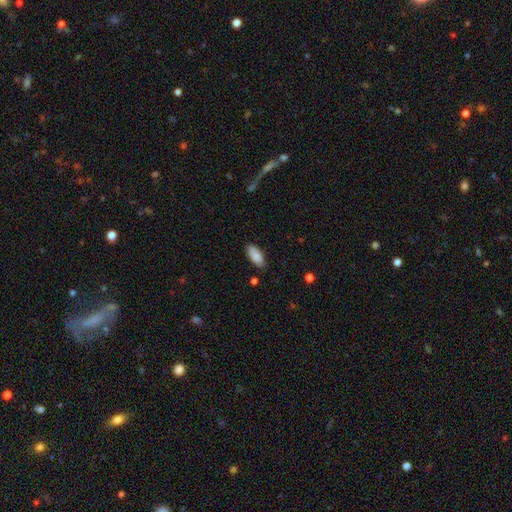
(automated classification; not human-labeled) A smooth galaxy with no disk features (88%) that is in between round and cigar-shaped (85%). Merging: none (85%).